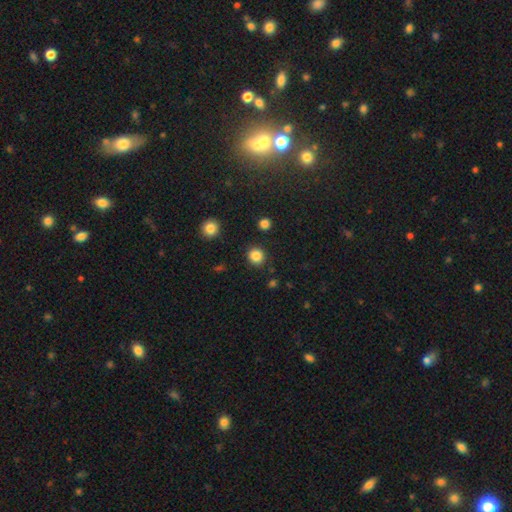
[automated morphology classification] A smooth galaxy with no disk features (85%) that is round (90%).

Vote fractions:
- Smooth or featured? smooth: 85% / star or artifact: 11% / featured or disk: 4%
- How rounded? round: 90% / in between: 10% / cigar-shaped: 1%
- Merging? none: 90% / minor disturbance: 6% / major disturbance: 2% / merger: 2%